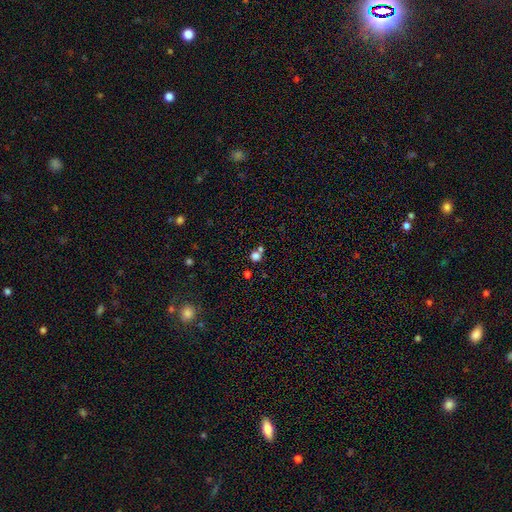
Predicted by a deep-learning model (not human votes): Q: Smooth or featured?
A: smooth (72%); runner-up: star or artifact (22%)
Q: How rounded?
A: round (86%); runner-up: in between (13%)
Q: Merging?
A: none (62%); runner-up: merger (26%)